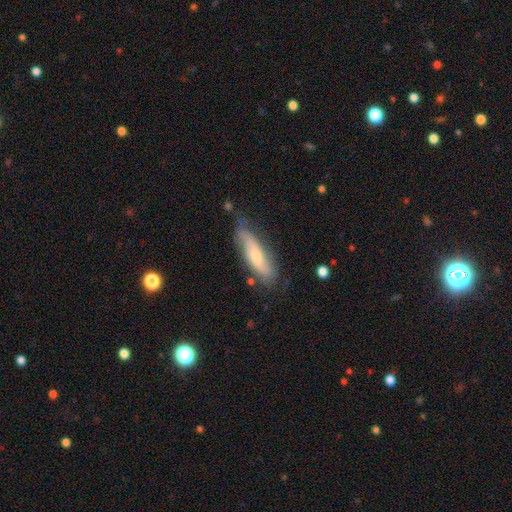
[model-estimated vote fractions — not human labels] Smooth or featured: smooth — 48% (featured or disk — 45%)
Merging: none — 66% (minor disturbance — 25%)